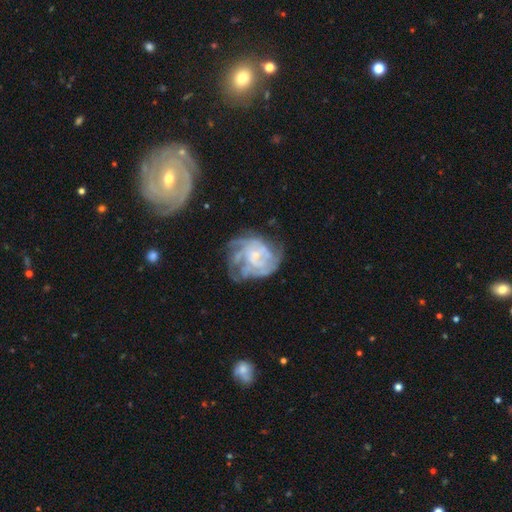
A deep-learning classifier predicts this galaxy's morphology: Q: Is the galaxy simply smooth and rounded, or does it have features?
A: featured or disk — 85%.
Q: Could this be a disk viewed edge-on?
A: no — 98%.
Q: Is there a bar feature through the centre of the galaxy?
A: no — 70%.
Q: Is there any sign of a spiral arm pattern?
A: yes — 93%.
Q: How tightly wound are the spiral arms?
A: tight — 58%.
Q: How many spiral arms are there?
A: can't tell — 32%.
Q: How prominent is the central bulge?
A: small — 72%.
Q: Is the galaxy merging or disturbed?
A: none — 52%.